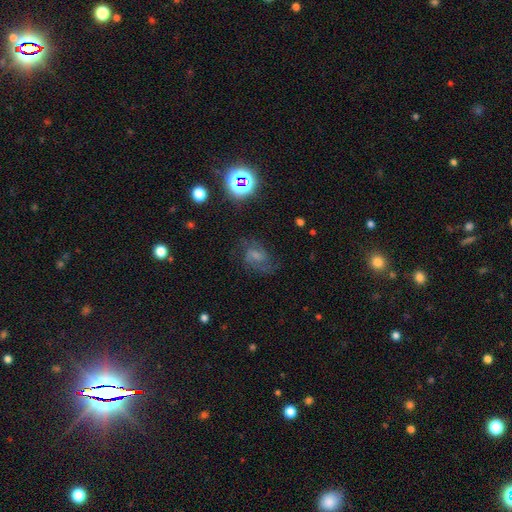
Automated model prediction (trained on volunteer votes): The model was most divided on "bar": weak: 46%, no: 41%, strong: 13%. Remaining: edge-on disk — no (96%); spiral arms — yes (85%); merging — none (60%); smooth or featured — featured or disk (53%); bulge size — small (36%).